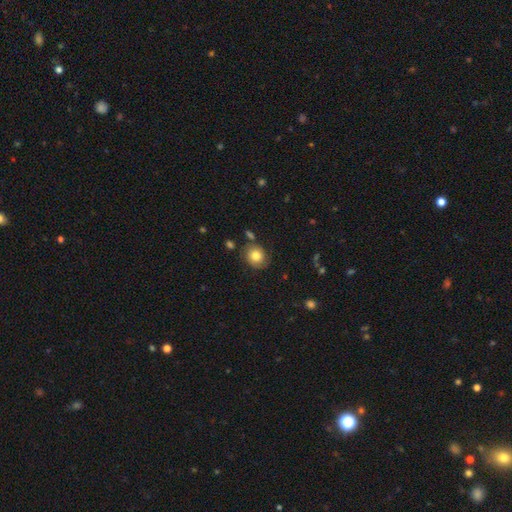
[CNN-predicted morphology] type=smooth (79%); roundness=round (79%); merging=none (78%).